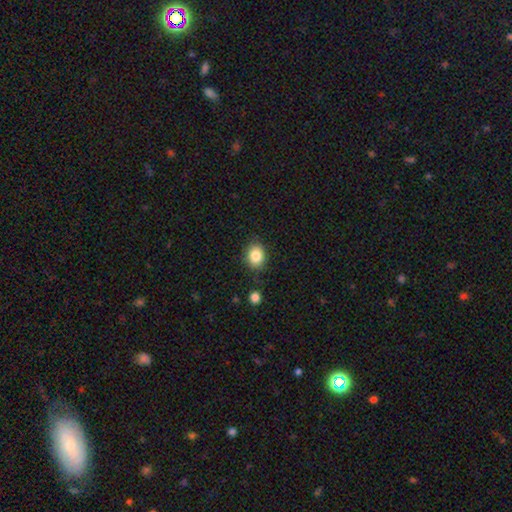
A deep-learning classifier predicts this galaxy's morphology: Smooth or featured: smooth — 85% (star or artifact — 9%)
How rounded: round — 51% (in between — 48%)
Merging: none — 82% (minor disturbance — 12%)